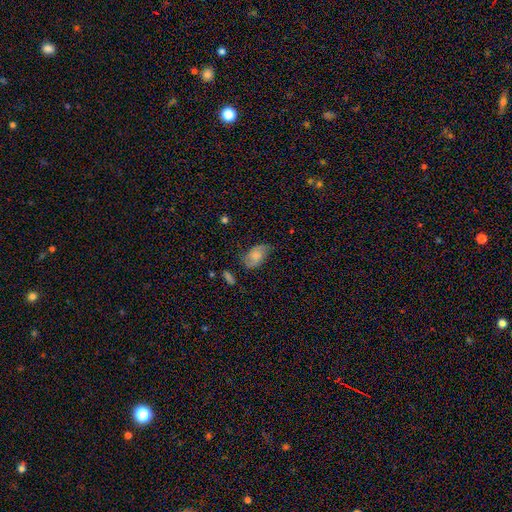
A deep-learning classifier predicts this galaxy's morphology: This is likely a smooth galaxy (62%). How rounded: clearly in between (91%). Merging: possibly none (58%).